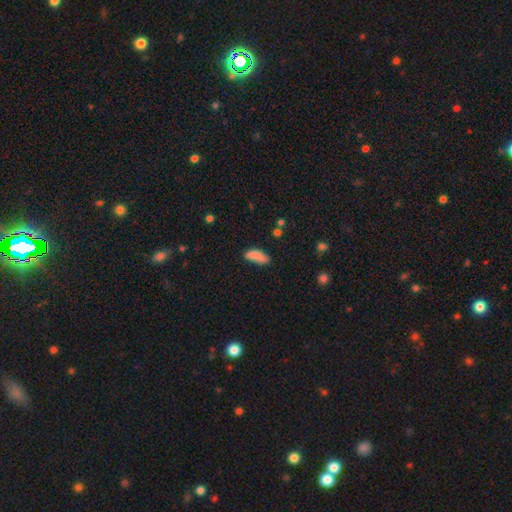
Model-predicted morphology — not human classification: smooth_or_featured: smooth (p=0.83) [alt: star or artifact p=0.09]
how_rounded: in between (p=0.68) [alt: cigar-shaped p=0.29]
merging: none (p=0.55) [alt: minor disturbance p=0.30]